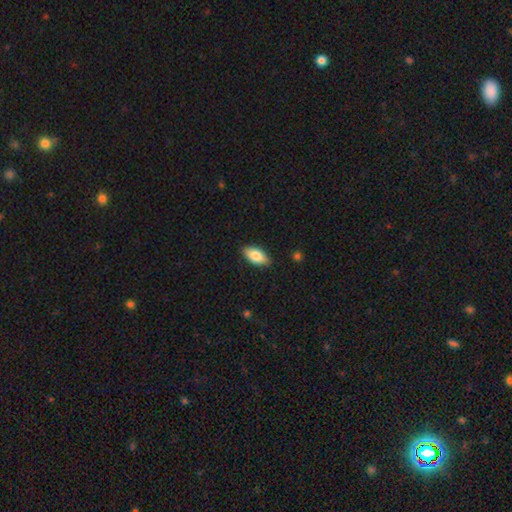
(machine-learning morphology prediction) This appears to be a smooth galaxy with no disk features (80%) that is in between round and cigar-shaped (90%). Merging: none (87%).